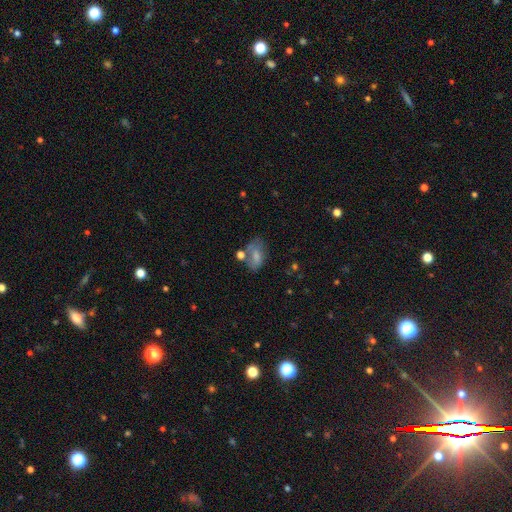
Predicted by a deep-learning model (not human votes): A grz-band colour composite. It shows a smooth galaxy with no disk features (67%) that is in between round and cigar-shaped (88%). Merging: none (41%).